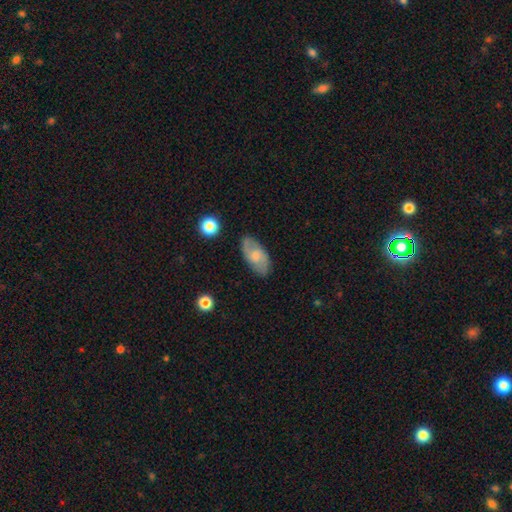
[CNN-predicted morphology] smooth_or_featured: featured or disk (p=0.48) [alt: smooth p=0.45]
merging: none (p=0.78) [alt: minor disturbance p=0.16]